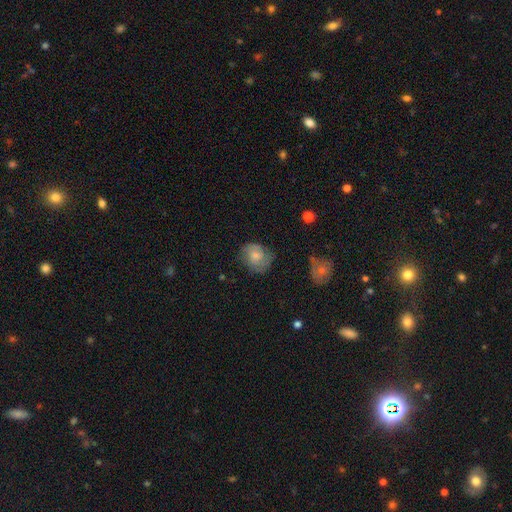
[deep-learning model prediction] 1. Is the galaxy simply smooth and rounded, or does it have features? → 58% smooth, 34% featured or disk, 8% star or artifact.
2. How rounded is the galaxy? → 66% round, 33% in between, 1% cigar-shaped.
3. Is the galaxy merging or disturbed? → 59% none, 28% minor disturbance, 11% major disturbance, 2% merger.